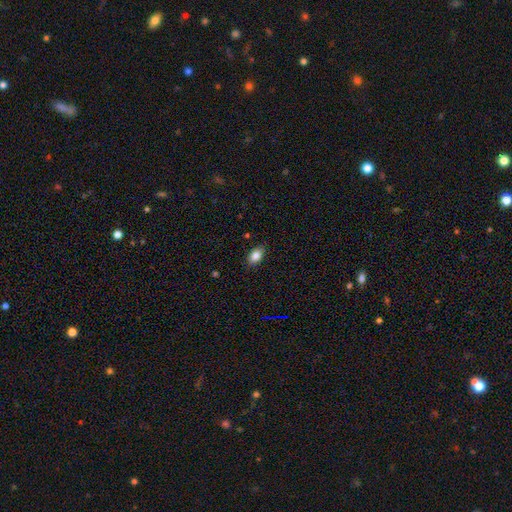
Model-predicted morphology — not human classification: smooth 84%, star or artifact 8%, featured or disk 7%. Down the decision tree: how rounded — in between (89%); merging — none (87%).